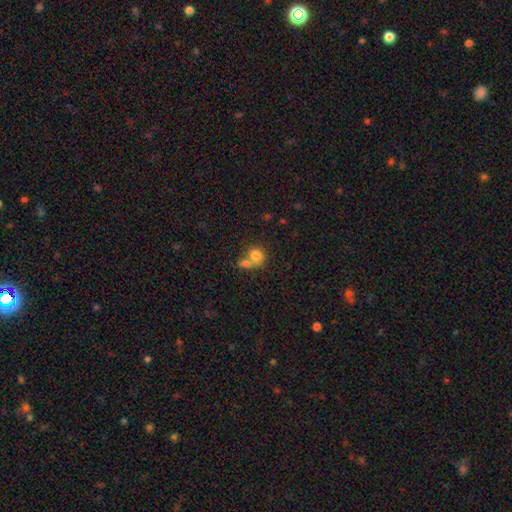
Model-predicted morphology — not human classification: A smooth galaxy with no disk features (77%) that is round (55%). Merging: merger (57%).